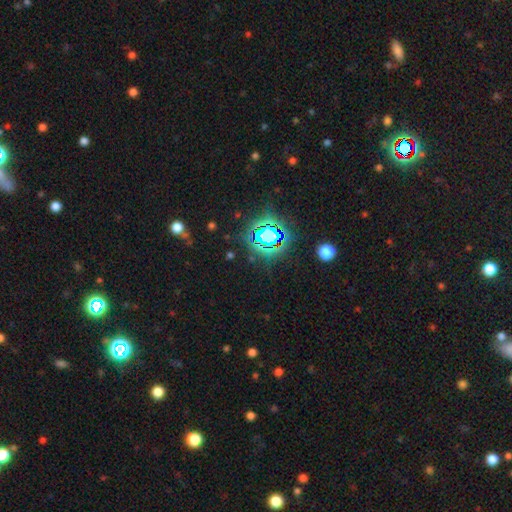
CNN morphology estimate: Smooth or featured: star or artifact — 80% (smooth — 13%)